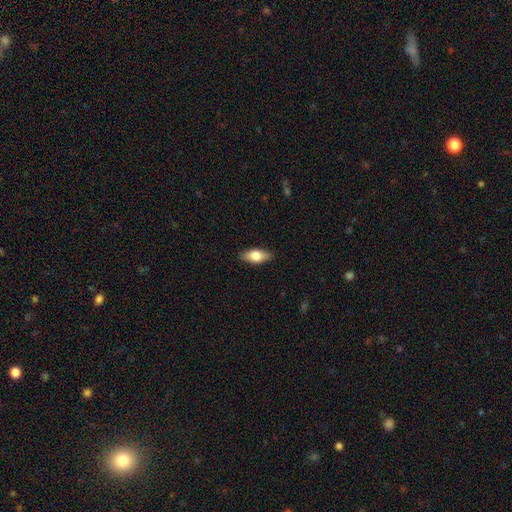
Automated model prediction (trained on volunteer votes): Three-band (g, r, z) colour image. It shows a smooth galaxy with no disk features (71%) that is in between round and cigar-shaped (83%). Merging: none (87%).